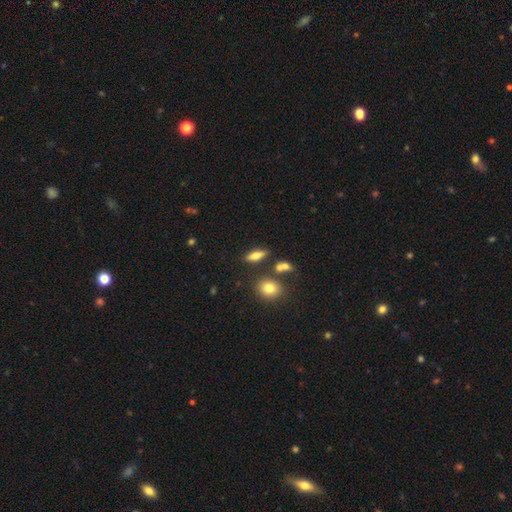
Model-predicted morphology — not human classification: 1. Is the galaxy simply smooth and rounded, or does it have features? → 65% smooth, 24% featured or disk, 10% star or artifact.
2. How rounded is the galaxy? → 59% in between, 34% cigar-shaped, 8% round.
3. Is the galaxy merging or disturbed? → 77% none, 11% minor disturbance, 8% merger, 4% major disturbance.